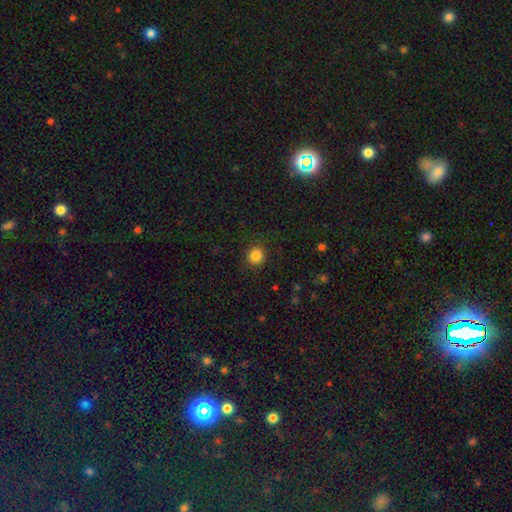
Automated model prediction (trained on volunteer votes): smooth-or-featured: smooth: 85% | star or artifact: 11% | featured or disk: 4%
  how-rounded: round: 92% | in between: 7% | cigar-shaped: 1%
  merging: none: 90% | minor disturbance: 6% | major disturbance: 2% | merger: 1%